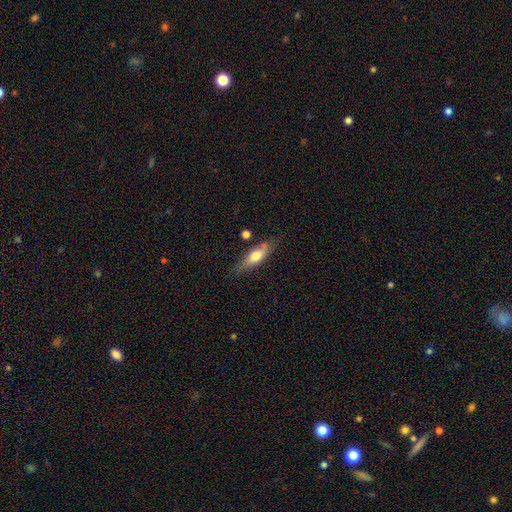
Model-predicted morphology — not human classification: Smooth or featured? smooth (62%)
How rounded? in between (52%)
Merging? none (72%)